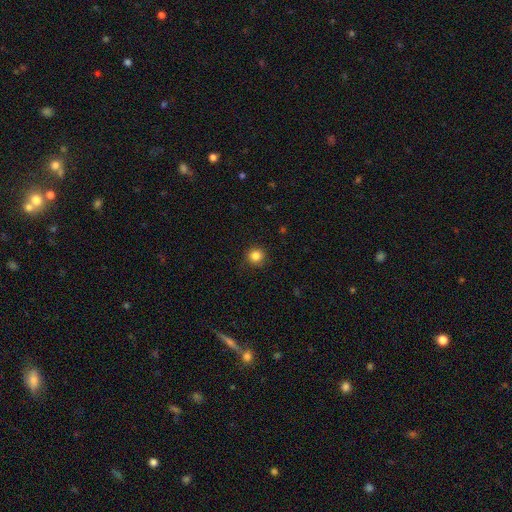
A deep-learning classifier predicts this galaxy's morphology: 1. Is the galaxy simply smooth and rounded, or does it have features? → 85% smooth, 11% star or artifact, 4% featured or disk.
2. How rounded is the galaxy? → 93% round, 6% in between, 1% cigar-shaped.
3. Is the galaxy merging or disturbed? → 88% none, 9% minor disturbance, 2% major disturbance, 1% merger.